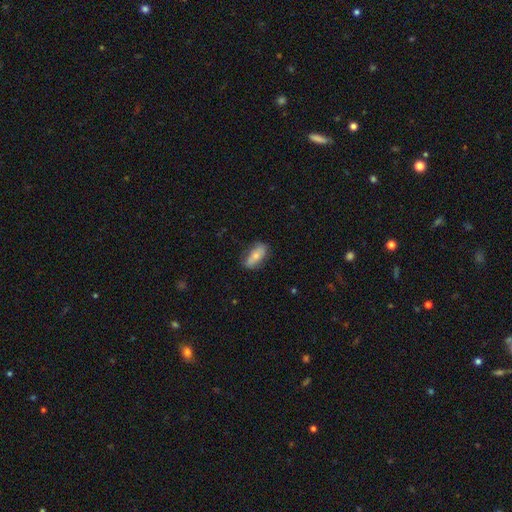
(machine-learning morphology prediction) smooth 66%, featured or disk 27%, star or artifact 7%. Down the decision tree: how rounded — in between (84%); merging — none (75%).